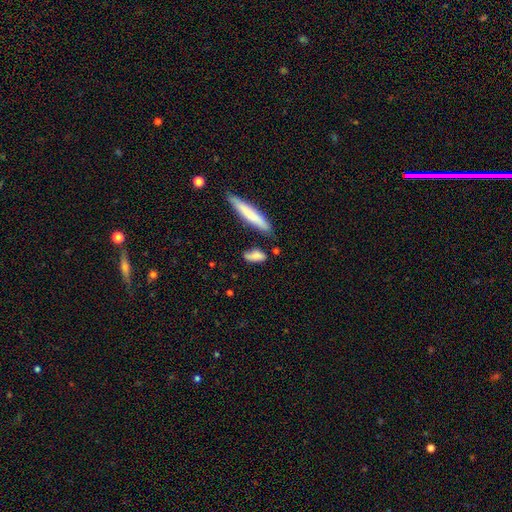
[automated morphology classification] Smooth or featured? Predicted: smooth (p=0.77). How rounded? Predicted: in between (p=0.58). Merging? Predicted: none (p=0.57).